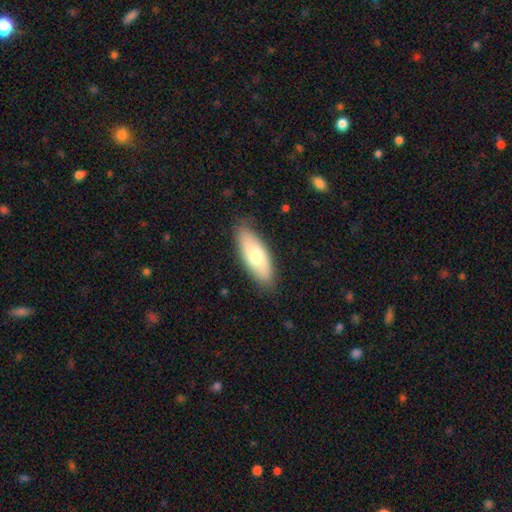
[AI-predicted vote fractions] The model was most divided on "smooth or featured": smooth: 69%, featured or disk: 25%, star or artifact: 6%. More confident: merging — none (83%); how rounded — in between (75%).